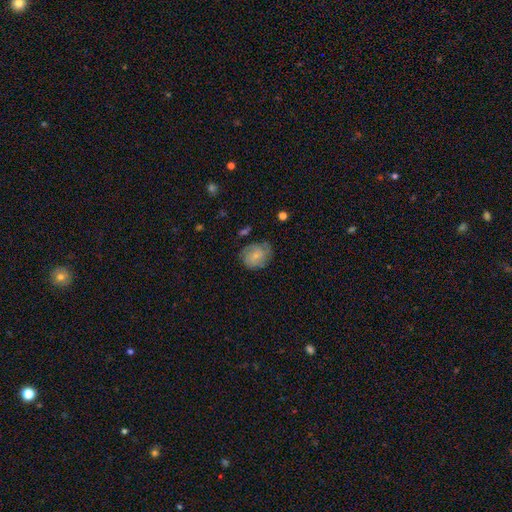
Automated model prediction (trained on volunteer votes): smooth-or-featured: smooth: 53% | featured or disk: 39% | star or artifact: 8%
  how-rounded: round: 68% | in between: 31% | cigar-shaped: 1%
  merging: none: 69% | minor disturbance: 22% | major disturbance: 7% | merger: 2%